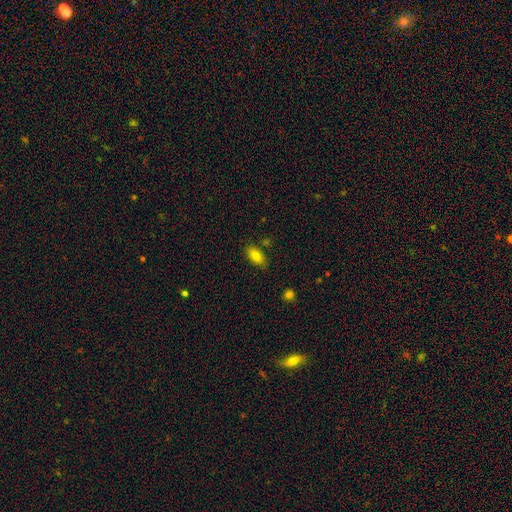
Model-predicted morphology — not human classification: Smooth or featured? Predicted: smooth (p=0.81). How rounded? Predicted: in between (p=0.88). Merging? Predicted: none (p=0.82).